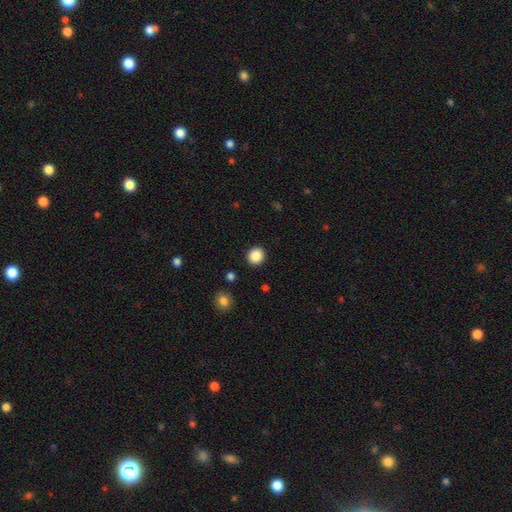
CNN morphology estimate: Smooth or featured? smooth (87%)
How rounded? round (85%)
Merging? none (91%)